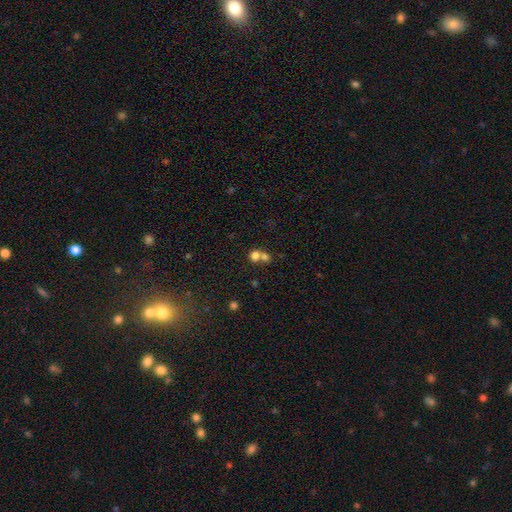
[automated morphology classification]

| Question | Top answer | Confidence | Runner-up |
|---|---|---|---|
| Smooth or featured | smooth | 75% | star or artifact (13%) |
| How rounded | round | 79% | in between (20%) |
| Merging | merger | 58% | none (34%) |